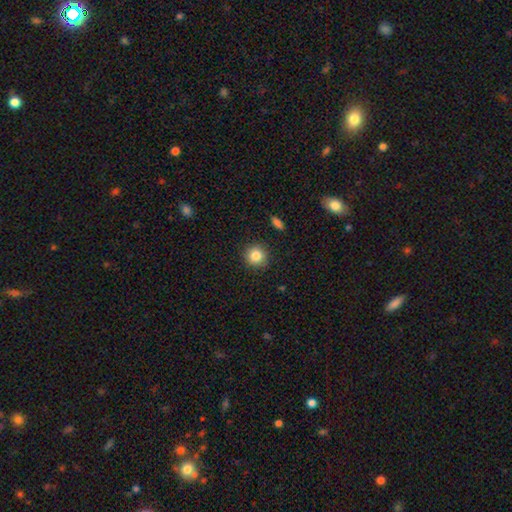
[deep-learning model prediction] smooth-or-featured: smooth: 83% | star or artifact: 10% | featured or disk: 7%
  how-rounded: round: 92% | in between: 7% | cigar-shaped: 1%
  merging: none: 90% | minor disturbance: 7% | major disturbance: 2% | merger: 1%